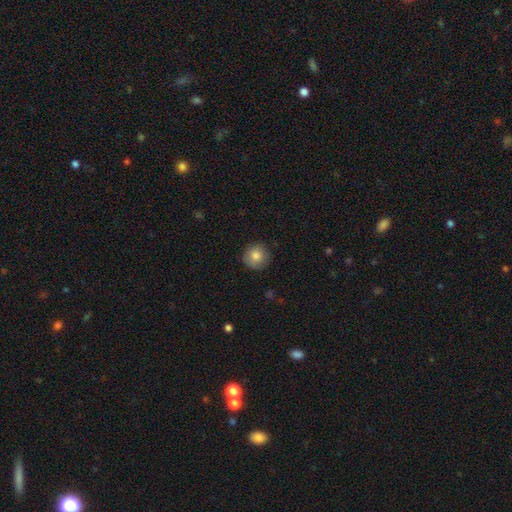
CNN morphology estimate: A smooth galaxy with no disk features (83%) that is round (95%).

Vote fractions:
- Smooth or featured? smooth: 83% / star or artifact: 9% / featured or disk: 8%
- How rounded? round: 95% / in between: 4% / cigar-shaped: 1%
- Merging? none: 88% / minor disturbance: 9% / major disturbance: 2% / merger: 1%